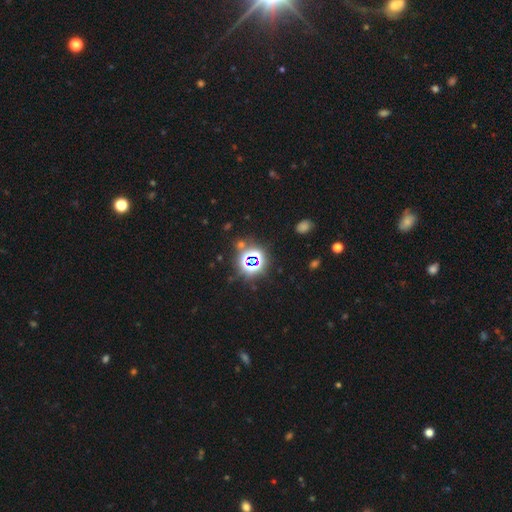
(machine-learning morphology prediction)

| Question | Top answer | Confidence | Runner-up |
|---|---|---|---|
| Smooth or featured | star or artifact | 74% | smooth (18%) |